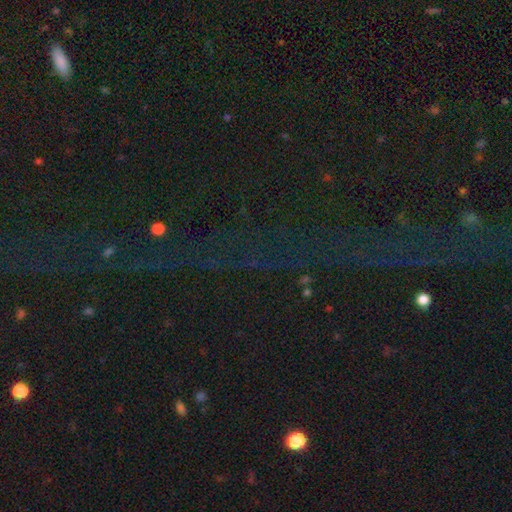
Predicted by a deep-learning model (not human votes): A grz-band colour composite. It shows a star or artifact, not a galaxy (76%).